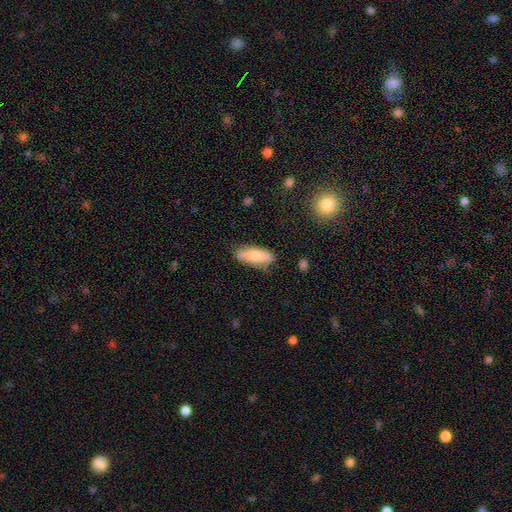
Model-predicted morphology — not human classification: This is likely a smooth galaxy (78%). How rounded: possibly in between (57%). Merging: likely none (71%).